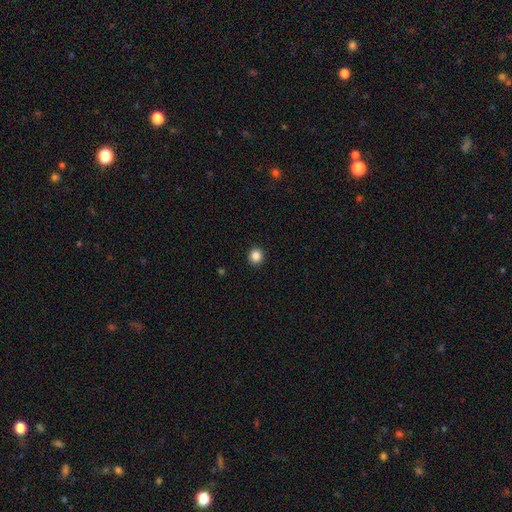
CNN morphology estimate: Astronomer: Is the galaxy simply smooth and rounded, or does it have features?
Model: smooth — 86%.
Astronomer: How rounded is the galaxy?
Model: round — 89%.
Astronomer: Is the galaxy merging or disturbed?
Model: none — 93%.